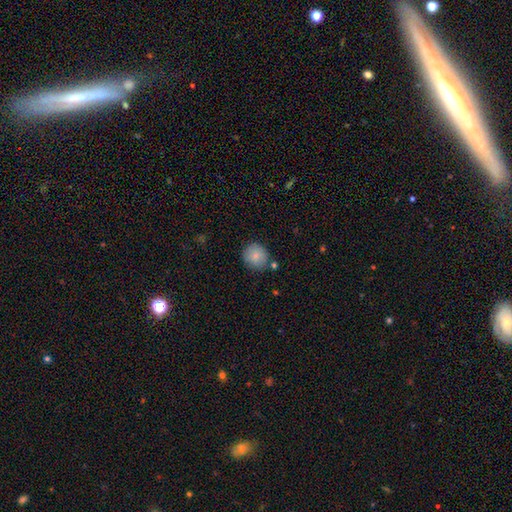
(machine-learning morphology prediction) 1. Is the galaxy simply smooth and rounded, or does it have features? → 84% smooth, 8% featured or disk, 8% star or artifact.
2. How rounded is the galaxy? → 89% round, 10% in between, 1% cigar-shaped.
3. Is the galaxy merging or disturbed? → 82% none, 11% minor disturbance, 5% merger, 3% major disturbance.